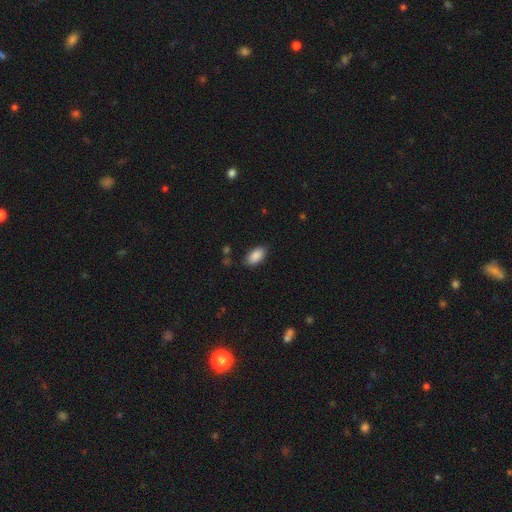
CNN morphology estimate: Smooth or featured: smooth — 89% (star or artifact — 7%)
How rounded: in between — 93% (cigar-shaped — 3%)
Merging: none — 83% (minor disturbance — 13%)